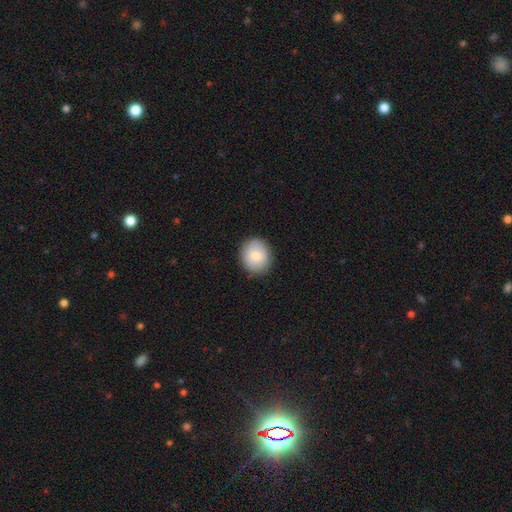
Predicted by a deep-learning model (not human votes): Smooth or featured?
  - smooth: 80% *
  - featured or disk: 12%
  - star or artifact: 8%
How rounded?
  - round: 74% *
  - in between: 25%
  - cigar-shaped: 1%
Merging?
  - none: 88% *
  - minor disturbance: 8%
  - major disturbance: 2%
  - merger: 1%